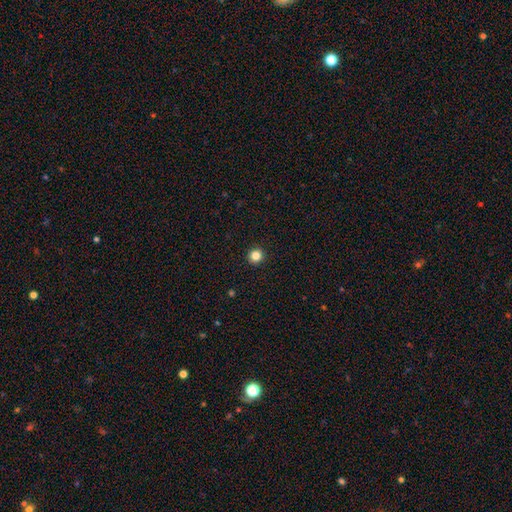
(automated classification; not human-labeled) The model was most divided on "smooth or featured": smooth: 84%, star or artifact: 12%, featured or disk: 4%. More confident: how rounded — round (95%); merging — none (94%).